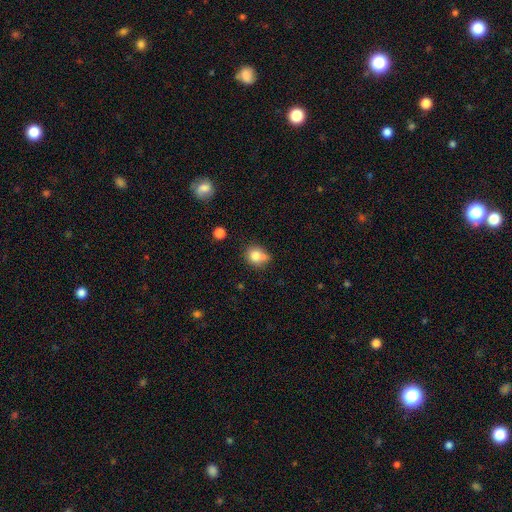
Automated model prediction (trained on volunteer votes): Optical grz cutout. It shows a smooth galaxy with no disk features (78%) that is round (75%). Merging: none (49%).